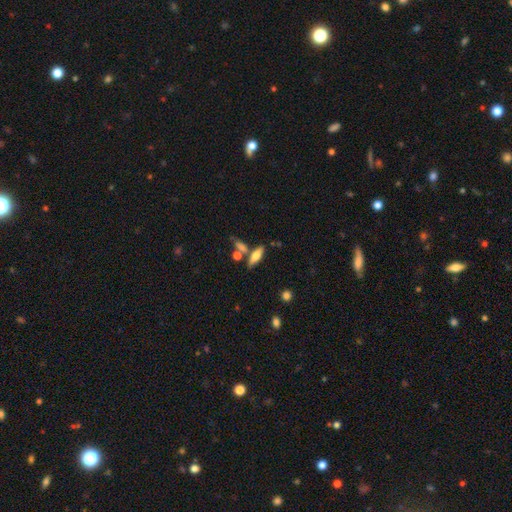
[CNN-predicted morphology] A smooth galaxy with no disk features (52%) that is cigar-shaped (51%). Merging: none (65%).